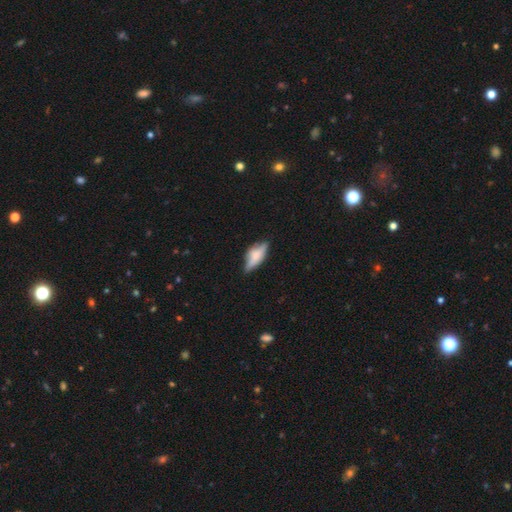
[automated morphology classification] smooth_or_featured: smooth (p=0.48) [alt: featured or disk p=0.44]
merging: none (p=0.67) [alt: minor disturbance p=0.24]